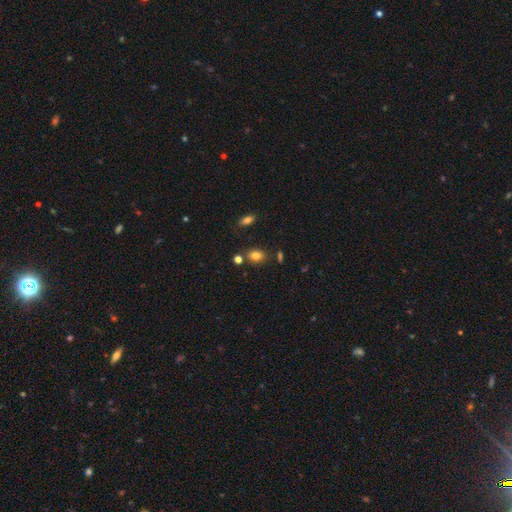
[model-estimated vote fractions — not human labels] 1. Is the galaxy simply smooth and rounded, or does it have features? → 80% smooth, 11% star or artifact, 9% featured or disk.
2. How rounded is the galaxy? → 66% in between, 32% round, 2% cigar-shaped.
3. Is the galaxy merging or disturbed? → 75% none, 13% minor disturbance, 9% merger, 3% major disturbance.